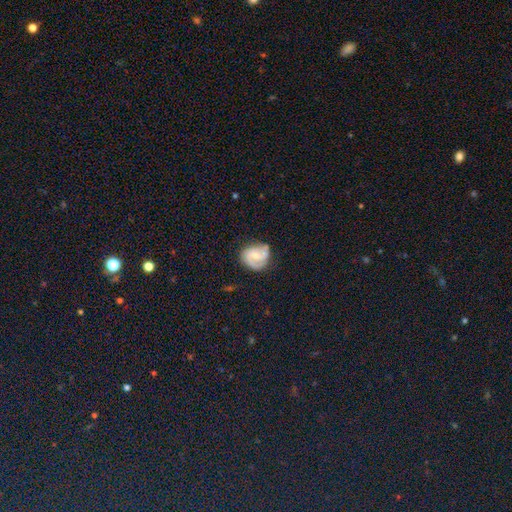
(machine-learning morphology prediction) Overall: featured or disk (68%). Edge-on disk: no (98%). Bar: weak (46%; no 42%). Spiral arms: yes (92%). Spiral arm count: 2 (73%). Spiral winding: medium (44%; tight 40%). Bulge size: small (51%; moderate 39%). Merging: none (66%).